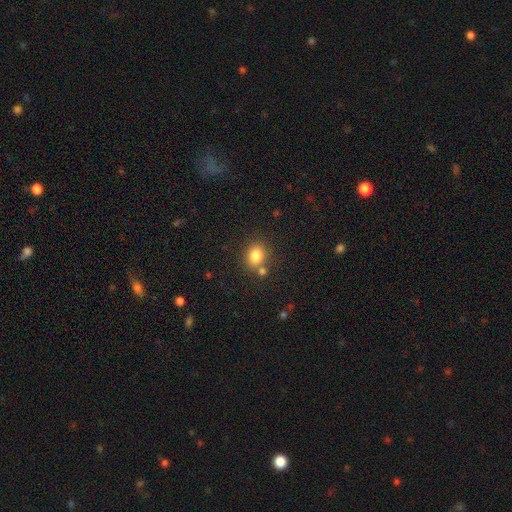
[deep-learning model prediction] A smooth galaxy with no disk features (82%) that is round (56%). Merging: none (67%).